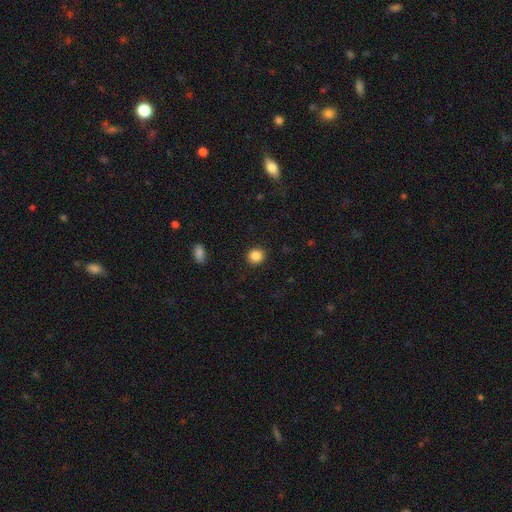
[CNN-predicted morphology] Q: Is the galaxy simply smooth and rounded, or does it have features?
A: smooth — 86%.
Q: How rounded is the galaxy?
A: round — 87%.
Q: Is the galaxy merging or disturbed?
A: none — 91%.